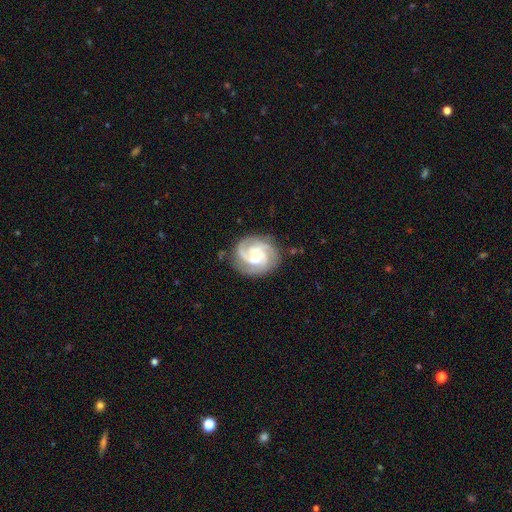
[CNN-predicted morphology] This is clearly a featured or disk galaxy (89%). It is clearly not viewed edge-on (98%). Bar: likely no (62%). Spiral arm pattern: clearly yes (98%). Spiral arm count: possibly 3 (57%). Spiral winding: possibly tight (56%). Central bulge: possibly small (55%). Merging: clearly none (80%).